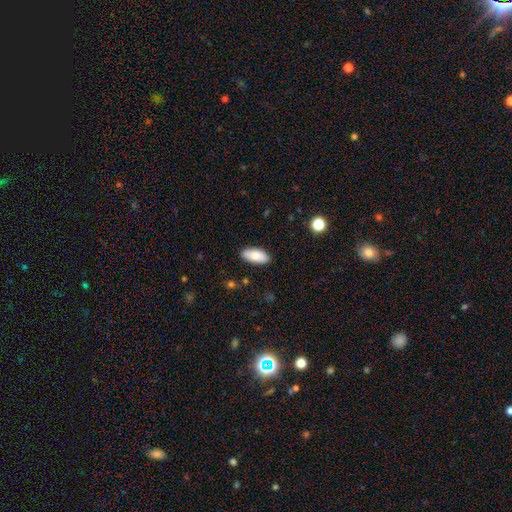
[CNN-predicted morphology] A smooth galaxy with no disk features (81%) that is in between round and cigar-shaped (88%). Merging: none (88%).